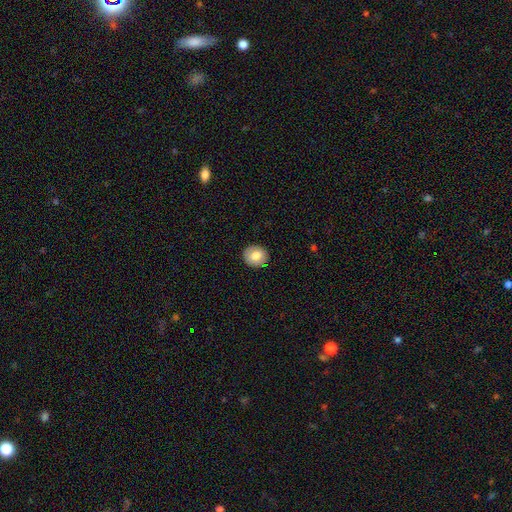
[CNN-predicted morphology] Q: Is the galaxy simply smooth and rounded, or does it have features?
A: smooth — 76%.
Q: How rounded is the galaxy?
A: round — 77%.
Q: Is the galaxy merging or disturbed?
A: none — 88%.